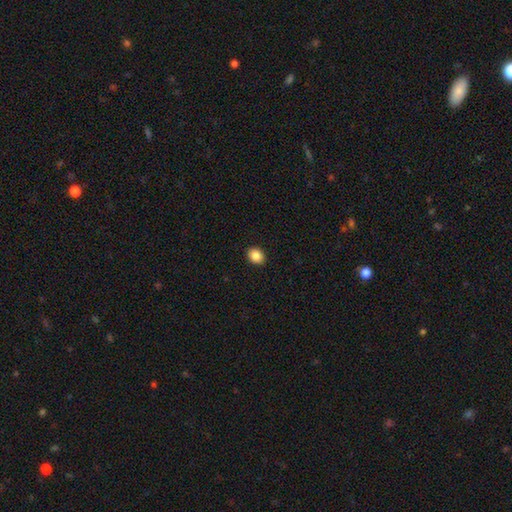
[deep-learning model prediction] smooth_or_featured: smooth (p=0.87) [alt: star or artifact p=0.09]
how_rounded: in between (p=0.52) [alt: round p=0.47]
merging: none (p=0.92) [alt: minor disturbance p=0.06]